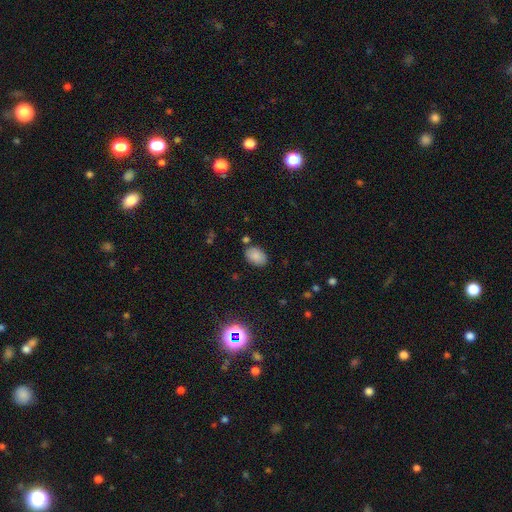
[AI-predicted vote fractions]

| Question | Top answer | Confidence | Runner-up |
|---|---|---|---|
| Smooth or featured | smooth | 85% | star or artifact (9%) |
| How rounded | in between | 86% | round (13%) |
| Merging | none | 81% | minor disturbance (12%) |